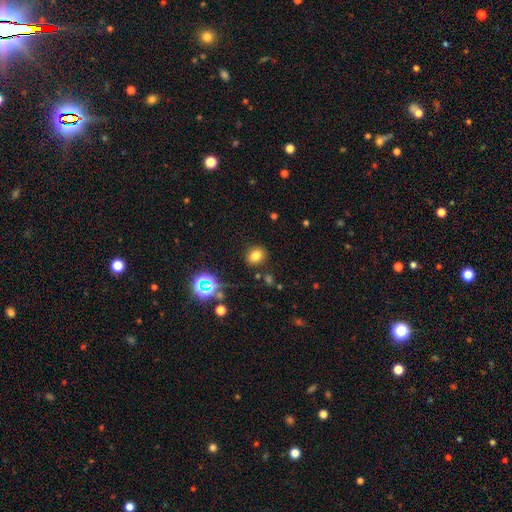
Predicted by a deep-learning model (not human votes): smooth-or-featured: smooth: 75% | star or artifact: 17% | featured or disk: 8%
  how-rounded: round: 53% | in between: 46% | cigar-shaped: 1%
  merging: none: 84% | minor disturbance: 9% | major disturbance: 3% | merger: 3%